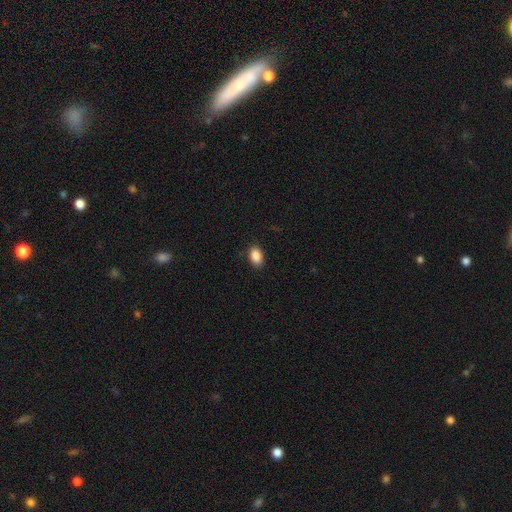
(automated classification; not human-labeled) Smooth or featured: smooth — 89% (star or artifact — 8%)
How rounded: in between — 87% (round — 11%)
Merging: none — 88% (minor disturbance — 9%)